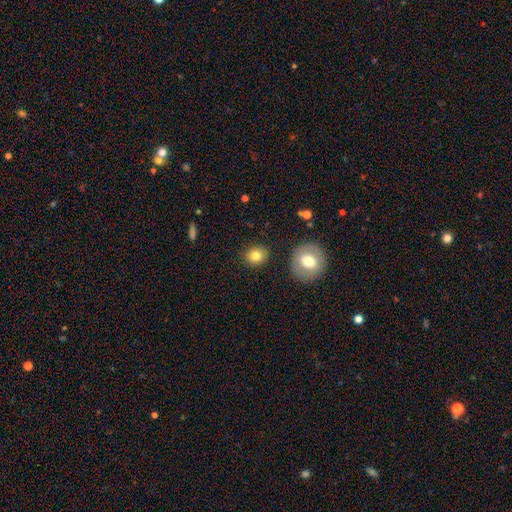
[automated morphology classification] Smooth or featured? smooth (80%)
How rounded? round (77%)
Merging? none (87%)